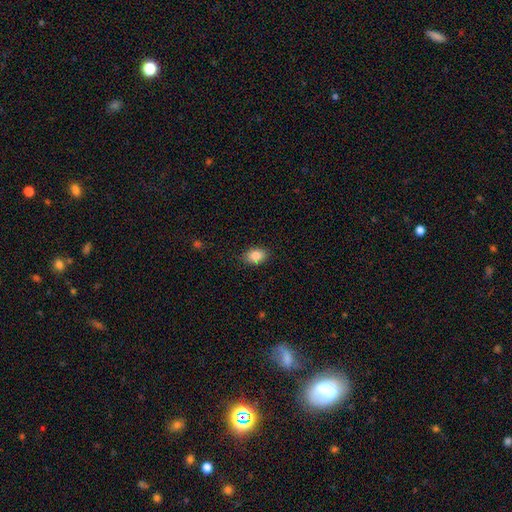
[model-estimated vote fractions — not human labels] This appears to be a smooth galaxy with no disk features (87%) that is in between round and cigar-shaped (76%). Merging: none (84%).